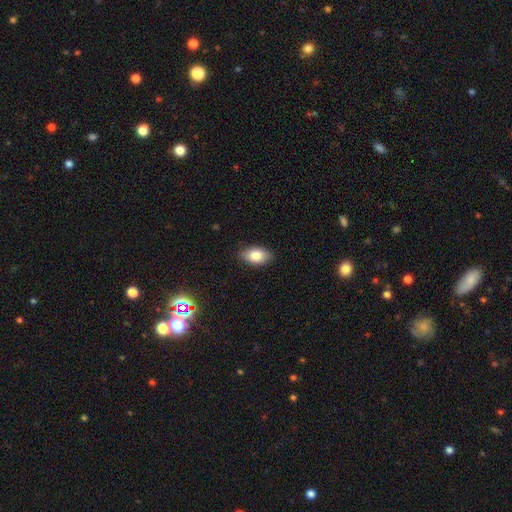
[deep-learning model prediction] This appears to be a smooth galaxy with no disk features (83%) that is in between round and cigar-shaped (91%). Merging: none (85%).